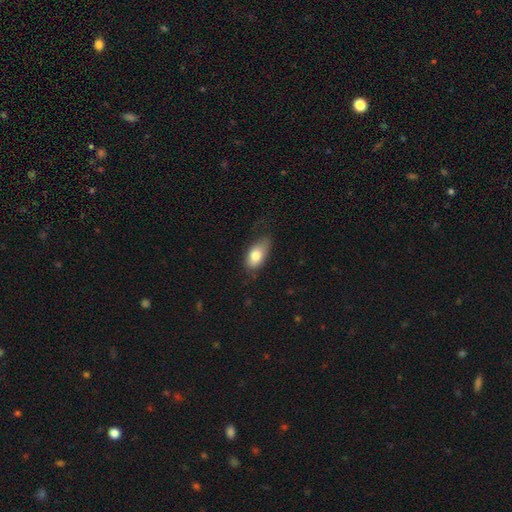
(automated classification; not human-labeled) Morphology: type=smooth (79%); roundness=in between (91%); merging=none (56%).